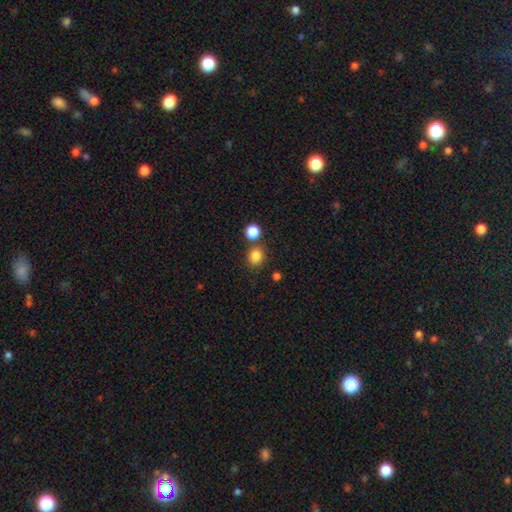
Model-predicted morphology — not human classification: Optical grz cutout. It shows a smooth galaxy with no disk features (84%) that is round (77%). Merging: none (73%).